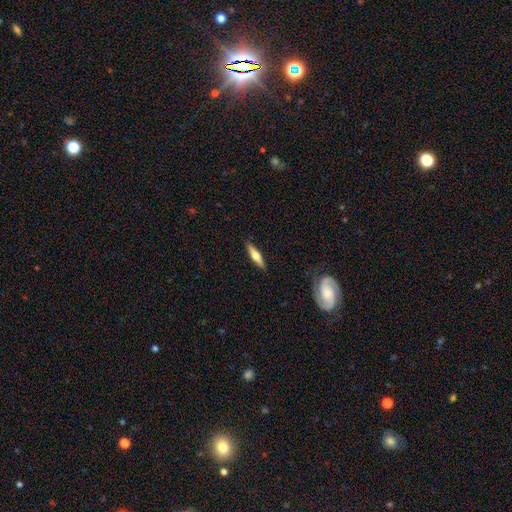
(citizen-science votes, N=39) smooth_or_featured: smooth (p=0.49) [tied with: featured or disk p=0.49]
how_rounded: cigar-shaped (p=0.84) [alt: in between p=0.16]
merging: none (p=0.82) [alt: minor disturbance p=0.13]